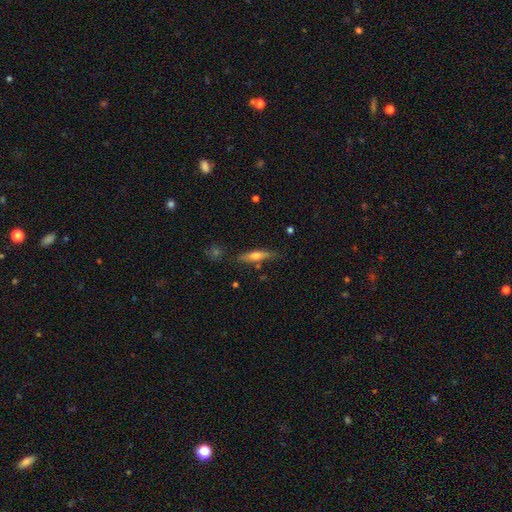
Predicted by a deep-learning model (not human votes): smooth-or-featured: smooth: 54% | featured or disk: 39% | star or artifact: 7%
  how-rounded: cigar-shaped: 78% | in between: 20% | round: 2%
  merging: none: 77% | minor disturbance: 15% | merger: 4% | major disturbance: 3%